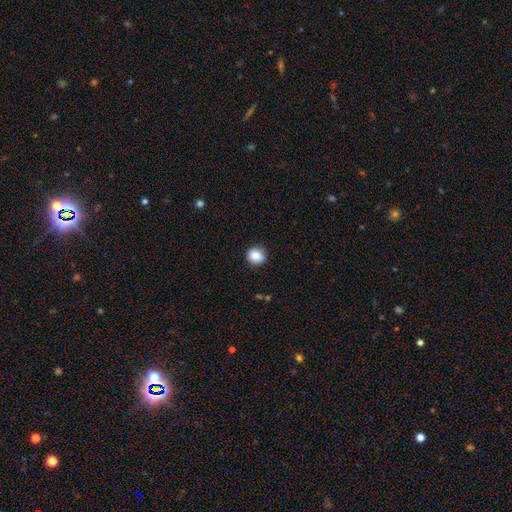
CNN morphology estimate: This is clearly a smooth galaxy (83%). How rounded: clearly round (83%). Merging: clearly none (90%).